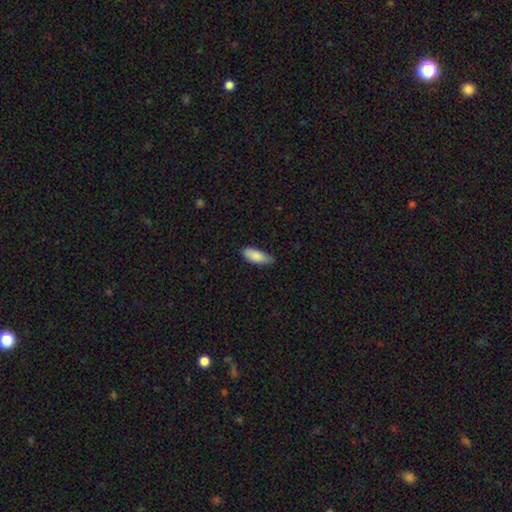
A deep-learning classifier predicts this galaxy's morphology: A smooth galaxy with no disk features (86%) that is in between round and cigar-shaped (76%).

Vote fractions:
- Smooth or featured? smooth: 86% / featured or disk: 8% / star or artifact: 6%
- How rounded? in between: 76% / cigar-shaped: 22% / round: 2%
- Merging? none: 66% / minor disturbance: 29% / major disturbance: 4% / merger: 1%